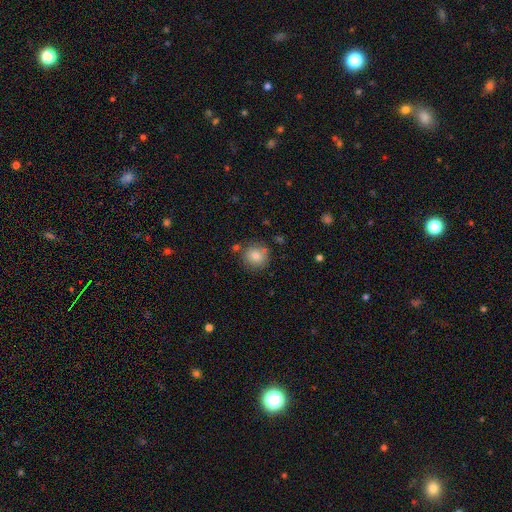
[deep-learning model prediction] The model was most divided on "merging": none: 77%, minor disturbance: 13%, merger: 6%, major disturbance: 3%. More confident: how rounded — round (88%); smooth or featured — smooth (82%).